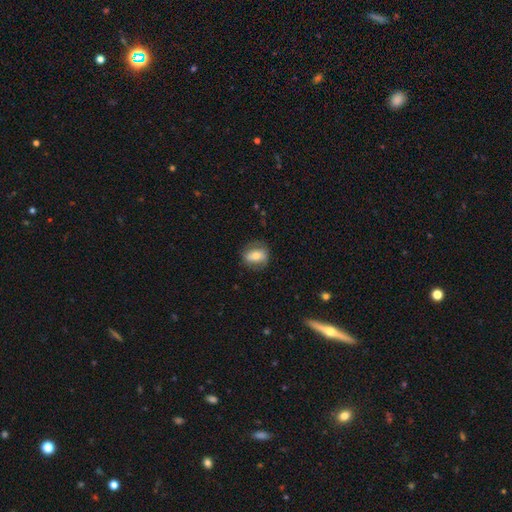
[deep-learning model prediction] Smooth or featured: smooth — 63% (featured or disk — 29%)
How rounded: in between — 57% (round — 40%)
Merging: none — 76% (minor disturbance — 17%)